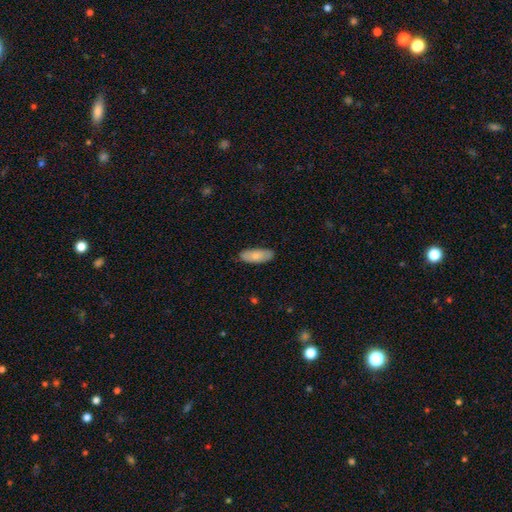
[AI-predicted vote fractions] This appears to be a smooth galaxy with no disk features (81%) that is in between round and cigar-shaped (82%). Merging: none (85%).